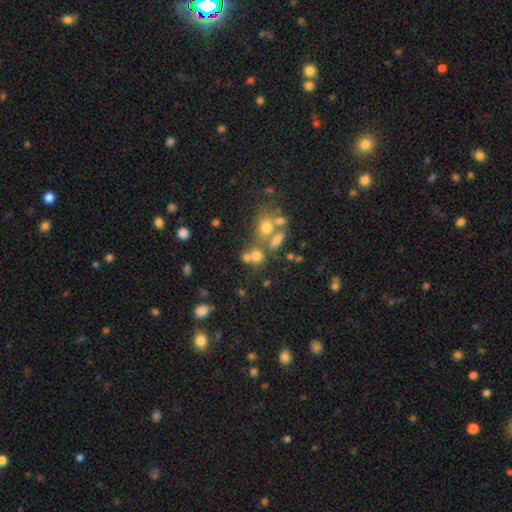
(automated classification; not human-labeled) Q: Smooth or featured?
A: smooth (65%); runner-up: star or artifact (18%)
Q: How rounded?
A: round (65%); runner-up: in between (32%)
Q: Merging?
A: none (44%); runner-up: merger (38%)